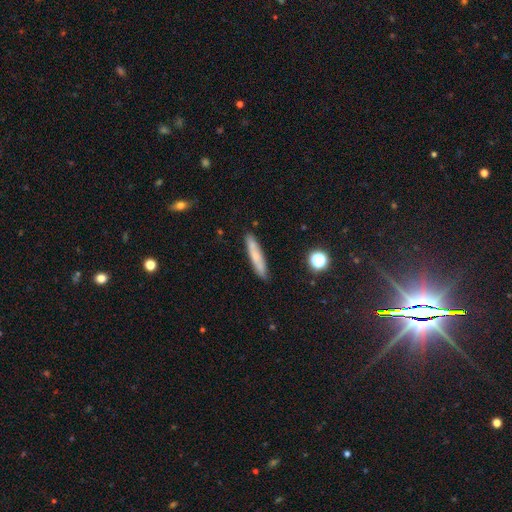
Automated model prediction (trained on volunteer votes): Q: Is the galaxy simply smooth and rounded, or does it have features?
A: smooth — 67%.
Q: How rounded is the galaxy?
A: cigar-shaped — 91%.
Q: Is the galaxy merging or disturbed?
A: none — 87%.